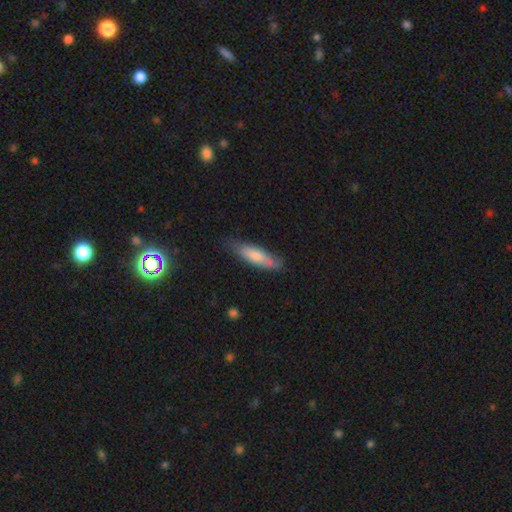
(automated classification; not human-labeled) Morphology: type=smooth (60%); roundness=cigar-shaped (73%); merging=none (79%).